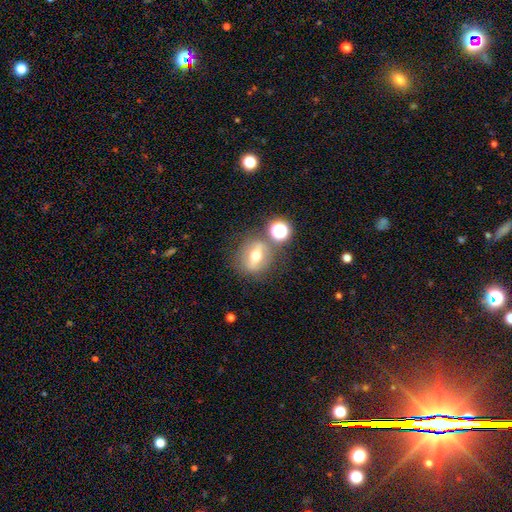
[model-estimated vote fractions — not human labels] A featured or disk galaxy (46%).

Vote fractions:
- Smooth or featured? featured or disk: 46% / smooth: 40% / star or artifact: 14%
- Merging? none: 70% / minor disturbance: 13% / merger: 12% / major disturbance: 5%